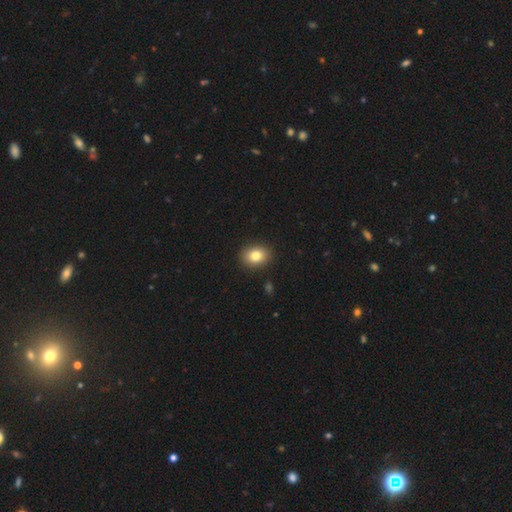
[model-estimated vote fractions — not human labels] Smooth or featured: smooth — 82% (star or artifact — 9%)
How rounded: in between — 59% (round — 40%)
Merging: none — 90% (minor disturbance — 7%)